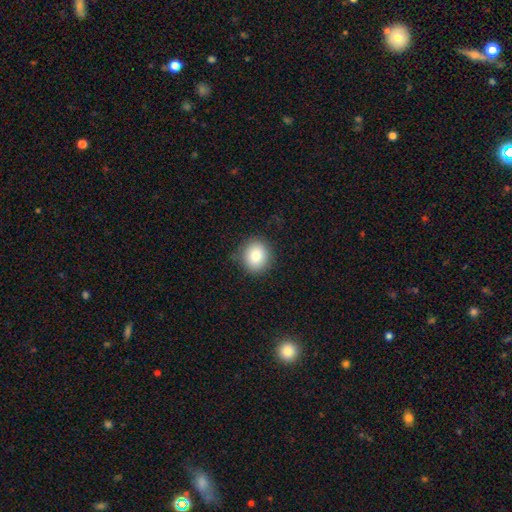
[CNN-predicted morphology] type=smooth (84%); roundness=round (74%); merging=none (85%).